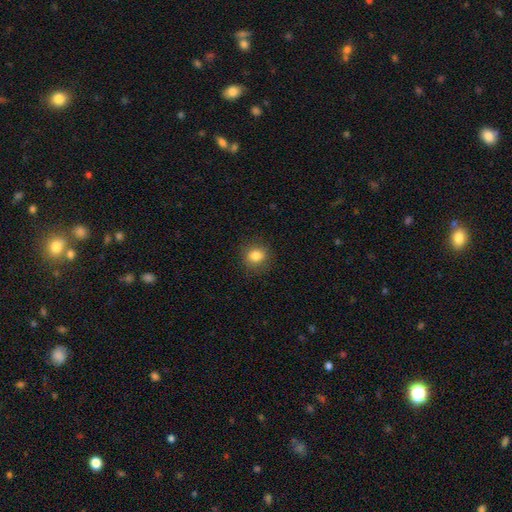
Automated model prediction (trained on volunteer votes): Smooth or featured? smooth (83%)
How rounded? round (76%)
Merging? none (85%)